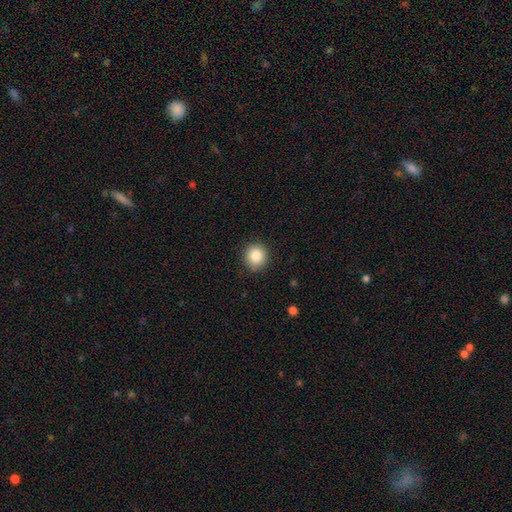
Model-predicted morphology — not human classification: A smooth galaxy with no disk features (85%) that is round (89%).

Vote fractions:
- Smooth or featured? smooth: 85% / star or artifact: 9% / featured or disk: 5%
- How rounded? round: 89% / in between: 10% / cigar-shaped: 1%
- Merging? none: 89% / minor disturbance: 7% / major disturbance: 2% / merger: 1%